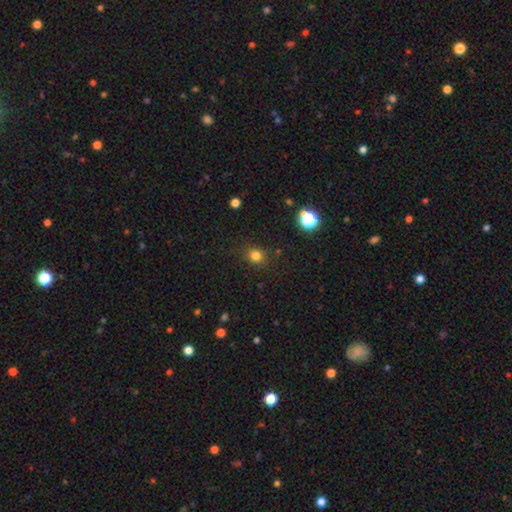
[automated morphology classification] Overall: smooth (79%). How rounded: round (85%). Merging: none (86%).